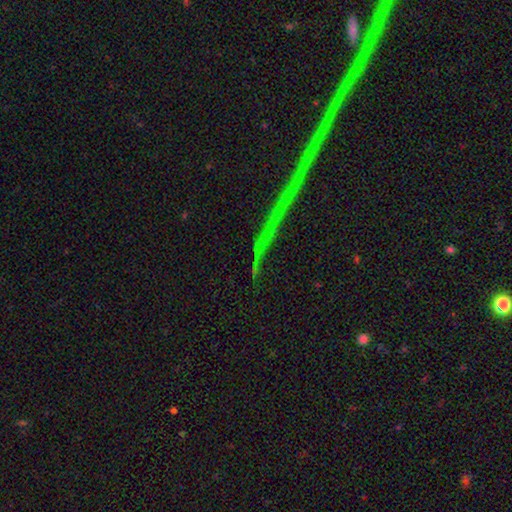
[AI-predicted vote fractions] The model was most divided on "smooth or featured": star or artifact: 73%, featured or disk: 15%, smooth: 13%.